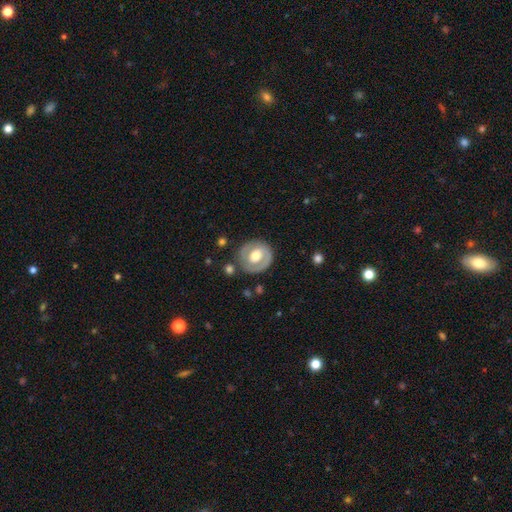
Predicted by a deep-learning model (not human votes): featured or disk 64%, smooth 31%, star or artifact 5%. Down the decision tree: edge-on disk — no (96%); bar — no (45%); spiral arms — yes (57%); bulge size — moderate (63%); merging — none (78%).